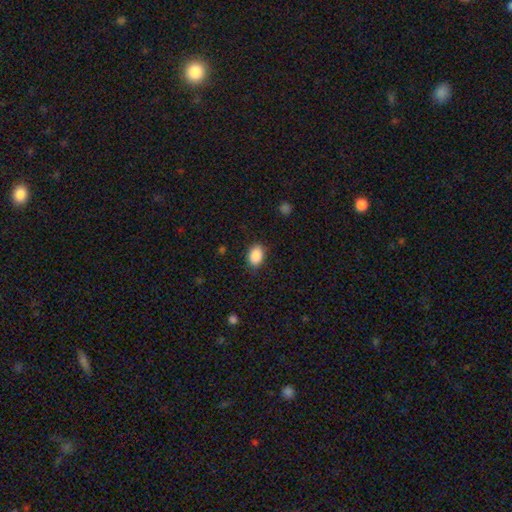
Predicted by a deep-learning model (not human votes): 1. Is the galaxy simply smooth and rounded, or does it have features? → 89% smooth, 8% star or artifact, 3% featured or disk.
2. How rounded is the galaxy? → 81% in between, 17% round, 1% cigar-shaped.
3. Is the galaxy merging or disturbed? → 83% none, 13% minor disturbance, 3% major disturbance, 1% merger.